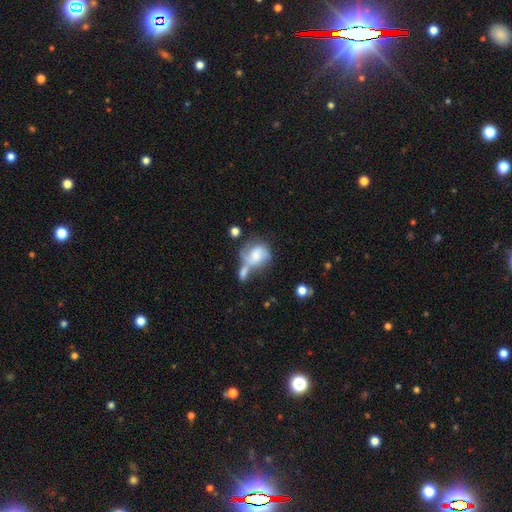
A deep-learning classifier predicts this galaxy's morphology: Smooth or featured? smooth (48%)
Merging? merger (43%)